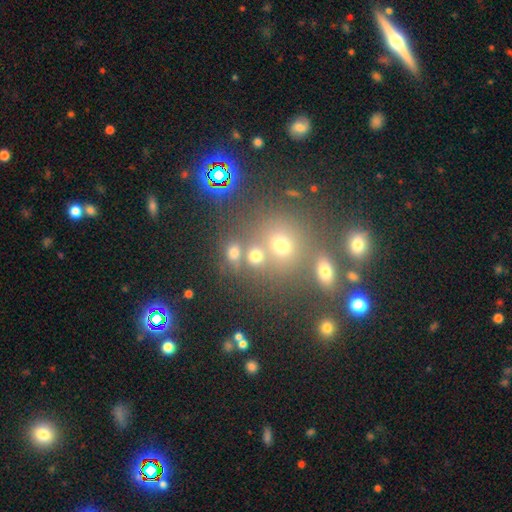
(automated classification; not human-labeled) Overall: smooth (69%). How rounded: round (76%). Merging: none (56%; merger 31%).